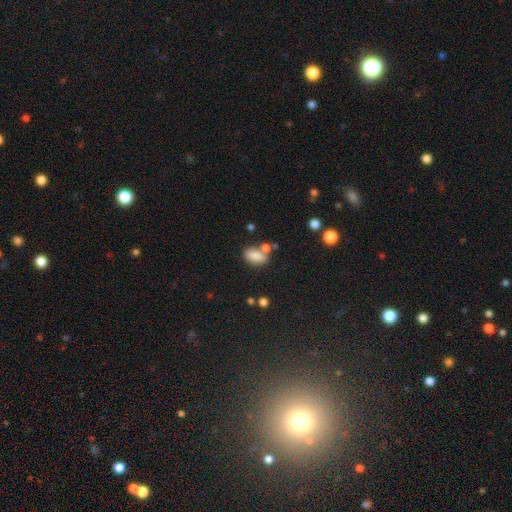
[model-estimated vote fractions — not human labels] Morphology: type=smooth (83%); roundness=in between (88%); merging=none (54%).